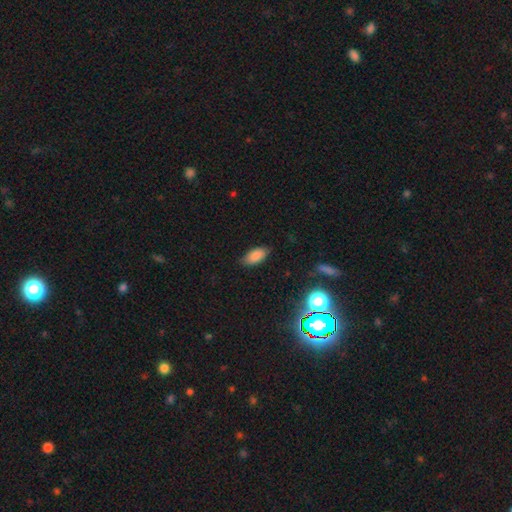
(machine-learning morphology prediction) Q: Smooth or featured?
A: smooth (85%); runner-up: star or artifact (10%)
Q: How rounded?
A: in between (91%); runner-up: cigar-shaped (6%)
Q: Merging?
A: none (82%); runner-up: minor disturbance (14%)